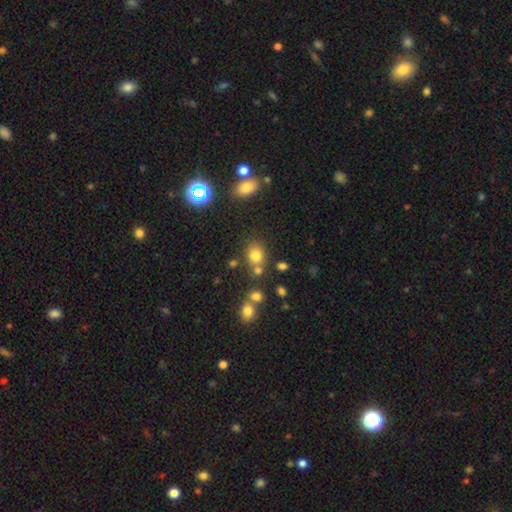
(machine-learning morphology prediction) Smooth or featured? smooth (75%)
How rounded? round (65%)
Merging? none (65%)